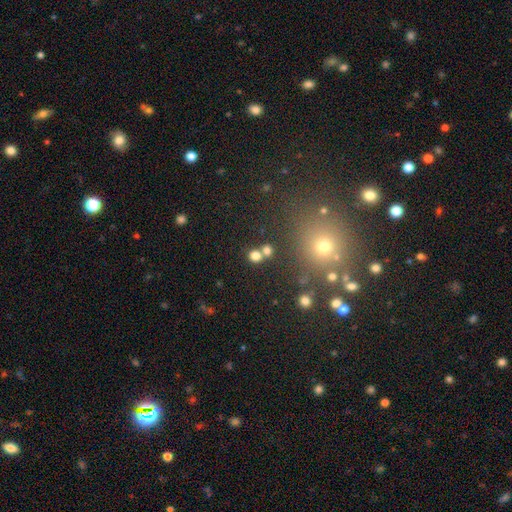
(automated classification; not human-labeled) smooth 75%, star or artifact 17%, featured or disk 8%. Down the decision tree: how rounded — round (83%); merging — none (60%).